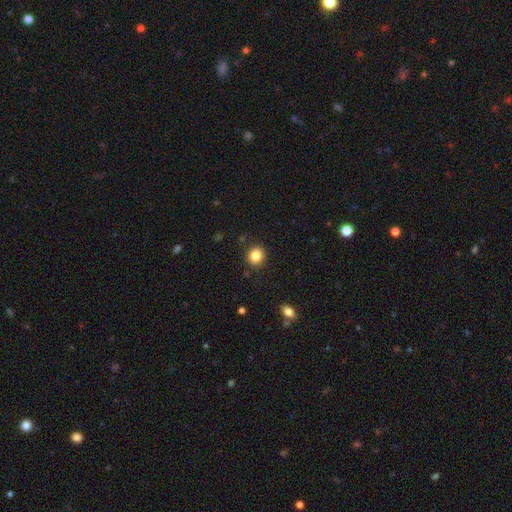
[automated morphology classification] type=smooth (85%); roundness=round (83%); merging=none (90%).